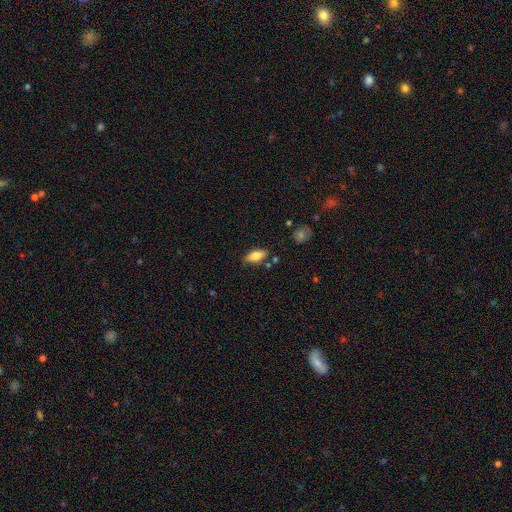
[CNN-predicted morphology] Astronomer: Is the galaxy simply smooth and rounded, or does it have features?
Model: smooth — 75%.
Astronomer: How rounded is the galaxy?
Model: in between — 82%.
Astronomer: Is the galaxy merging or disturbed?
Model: none — 79%.